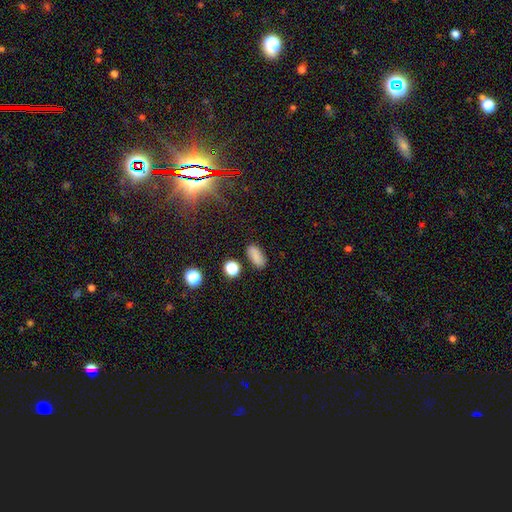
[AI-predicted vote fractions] A smooth galaxy with no disk features (81%) that is in between round and cigar-shaped (86%).

Vote fractions:
- Smooth or featured? smooth: 81% / star or artifact: 13% / featured or disk: 6%
- How rounded? in between: 86% / cigar-shaped: 8% / round: 6%
- Merging? none: 84% / minor disturbance: 10% / merger: 3% / major disturbance: 3%